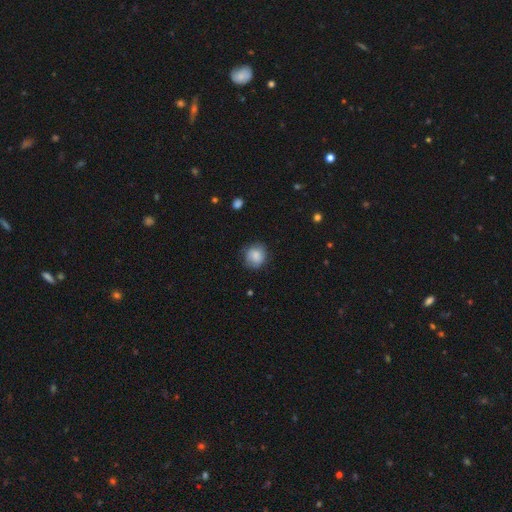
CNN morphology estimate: smooth-or-featured: smooth: 83% | featured or disk: 9% | star or artifact: 8%
  how-rounded: round: 80% | in between: 19% | cigar-shaped: 1%
  merging: none: 76% | minor disturbance: 18% | major disturbance: 5% | merger: 1%